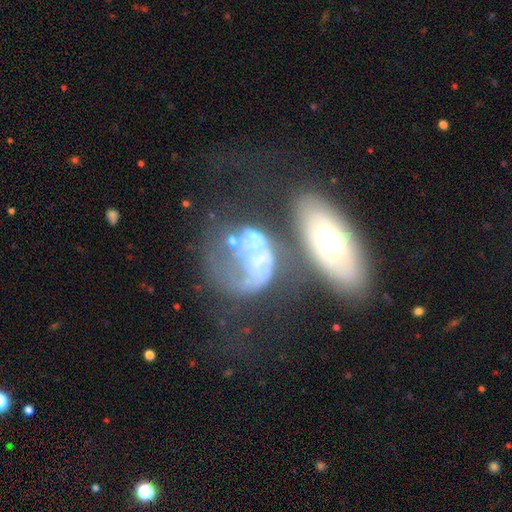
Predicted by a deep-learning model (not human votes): Smooth or featured? Predicted: featured or disk (p=0.59). Edge-on disk? Predicted: no (p=0.96). Bar? Predicted: no (p=0.84). Spiral arms? Predicted: no (p=0.73). Bulge size? Predicted: none (p=0.46). Merging? Predicted: merger (p=0.39).